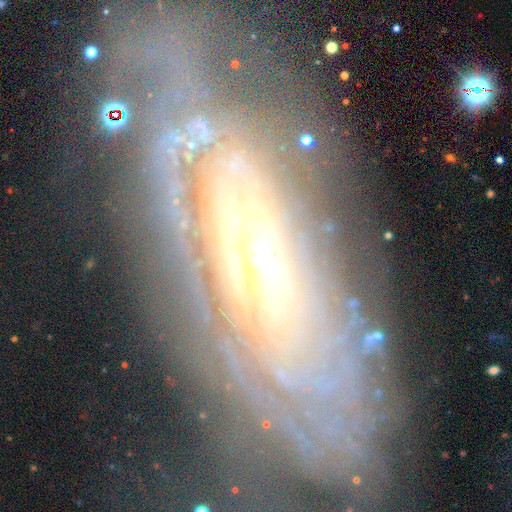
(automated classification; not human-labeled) Overall: featured or disk (82%). Edge-on disk: no (81%). Bar: no (63%). Spiral arms: yes (77%). Spiral arm count: can't tell (56%; 2 16%). Spiral winding: tight (68%). Bulge size: moderate (54%; small 33%). Merging: none (52%; major disturbance 24%).